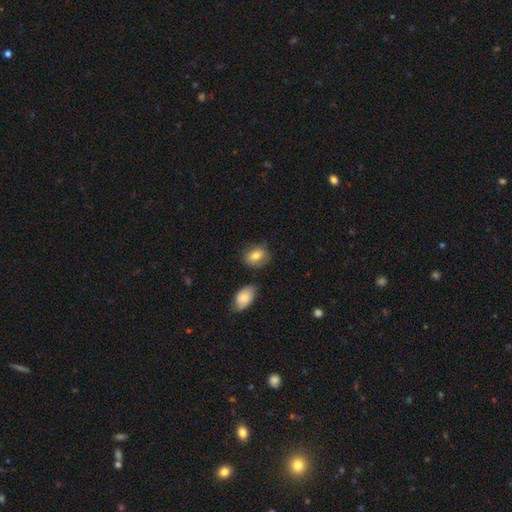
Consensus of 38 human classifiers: smooth_or_featured: smooth (p=0.79) [alt: featured or disk p=0.18]
how_rounded: in between (p=0.77) [alt: round p=0.23]
merging: none (p=0.68) [alt: minor disturbance p=0.24]